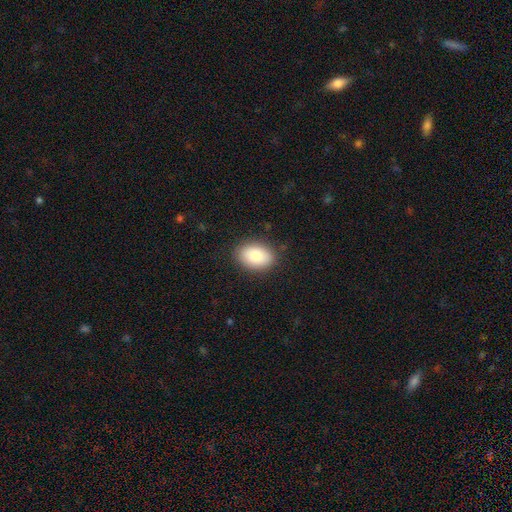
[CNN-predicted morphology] smooth 85%, featured or disk 8%, star or artifact 7%. Down the decision tree: how rounded — in between (84%); merging — none (86%).